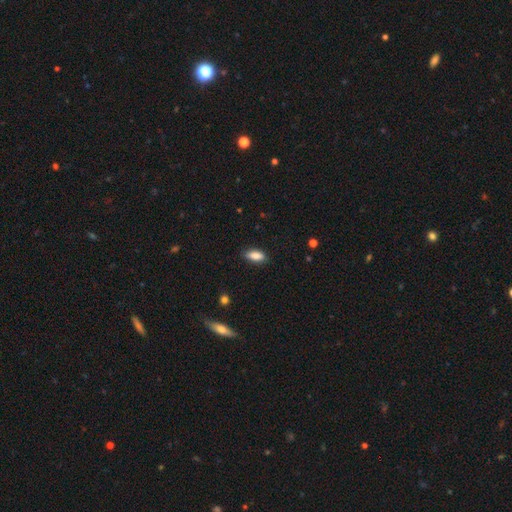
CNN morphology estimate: A smooth galaxy with no disk features (84%) that is in between round and cigar-shaped (81%).

Vote fractions:
- Smooth or featured? smooth: 84% / featured or disk: 8% / star or artifact: 7%
- How rounded? in between: 81% / cigar-shaped: 16% / round: 3%
- Merging? none: 84% / minor disturbance: 13% / major disturbance: 2% / merger: 1%